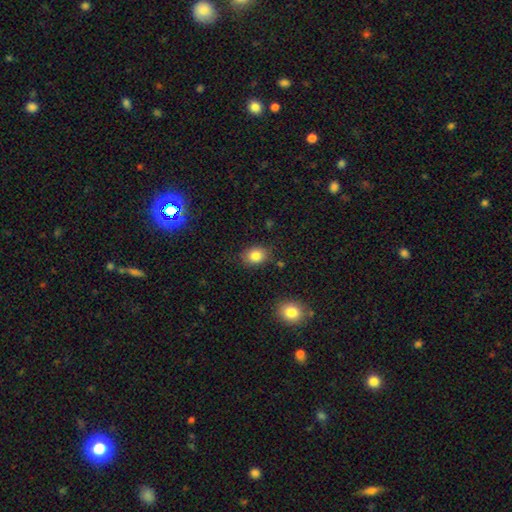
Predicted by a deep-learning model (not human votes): A smooth galaxy with no disk features (84%) that is in between round and cigar-shaped (58%). Merging: none (81%).